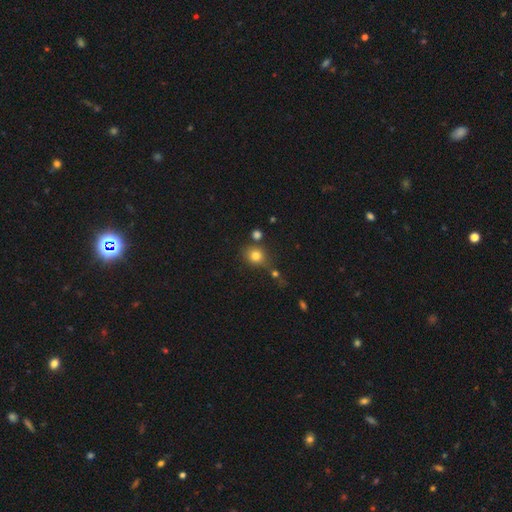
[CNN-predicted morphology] Smooth or featured: smooth — 79% (star or artifact — 13%)
How rounded: round — 81% (in between — 18%)
Merging: none — 65% (merger — 14%)